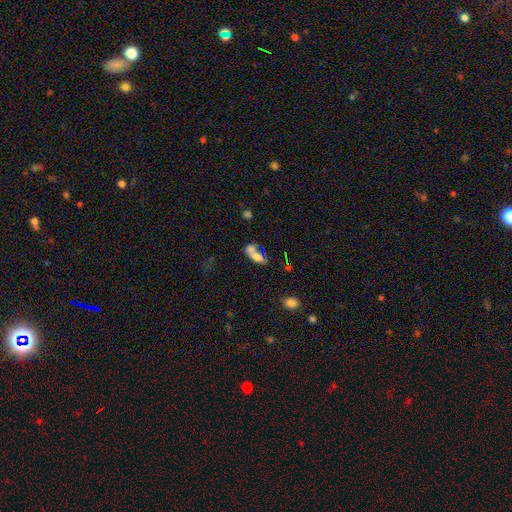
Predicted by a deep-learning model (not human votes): Overall: smooth (64%). How rounded: in between (77%). Merging: merger (52%; none 27%).